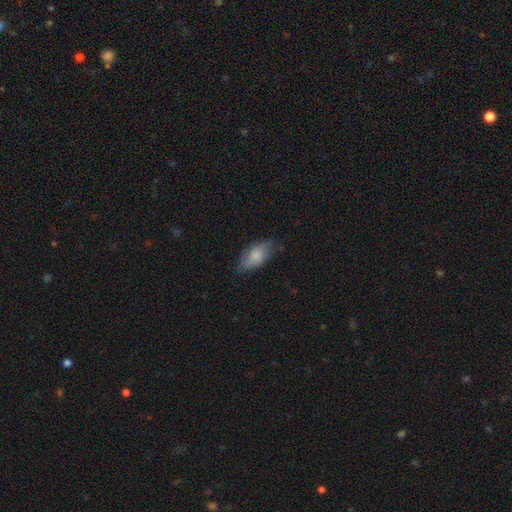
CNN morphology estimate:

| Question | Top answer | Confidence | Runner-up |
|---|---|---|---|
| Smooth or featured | smooth | 67% | featured or disk (26%) |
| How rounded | in between | 92% | cigar-shaped (5%) |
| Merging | none | 68% | minor disturbance (24%) |